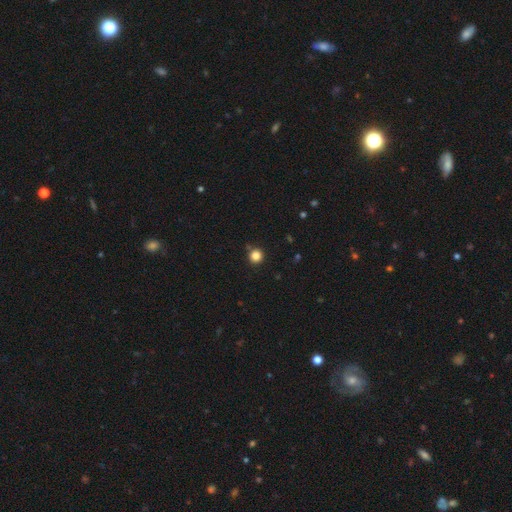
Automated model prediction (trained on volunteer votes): Smooth or featured?
  - smooth: 84% *
  - star or artifact: 13%
  - featured or disk: 4%
How rounded?
  - round: 95% *
  - in between: 4%
  - cigar-shaped: 1%
Merging?
  - none: 87% *
  - minor disturbance: 8%
  - merger: 3%
  - major disturbance: 2%